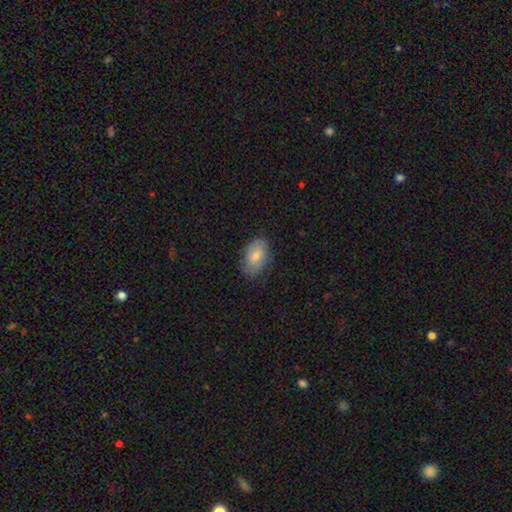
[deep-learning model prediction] Smooth or featured? Predicted: smooth (p=0.59). How rounded? Predicted: in between (p=0.91). Merging? Predicted: none (p=0.78).